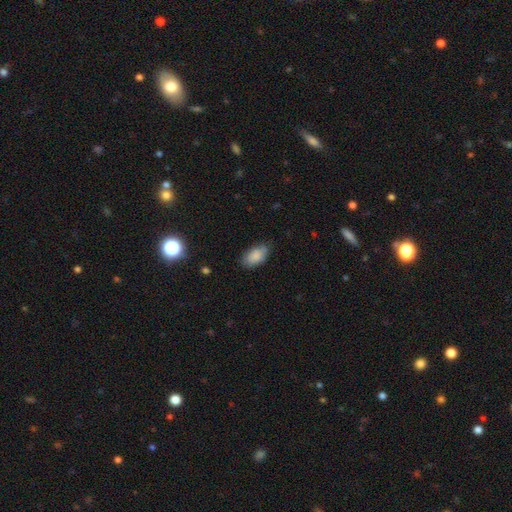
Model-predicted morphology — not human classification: The model was most divided on "merging": none: 71%, minor disturbance: 23%, major disturbance: 5%, merger: 1%. More confident: how rounded — in between (93%); smooth or featured — smooth (85%).